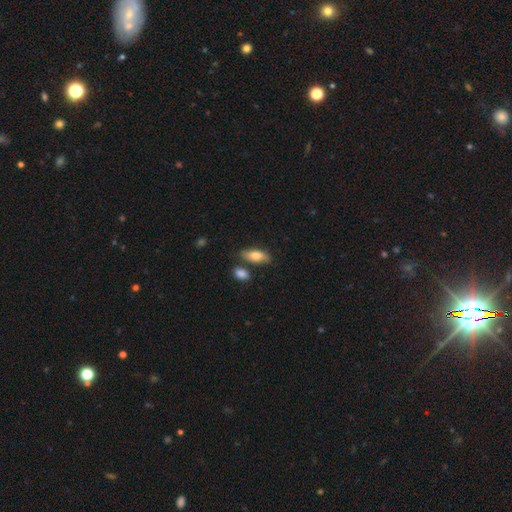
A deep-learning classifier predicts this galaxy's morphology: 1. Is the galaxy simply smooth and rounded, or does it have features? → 75% smooth, 19% featured or disk, 6% star or artifact.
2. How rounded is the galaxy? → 78% in between, 18% cigar-shaped, 3% round.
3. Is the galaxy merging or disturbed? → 72% none, 15% minor disturbance, 9% merger, 3% major disturbance.